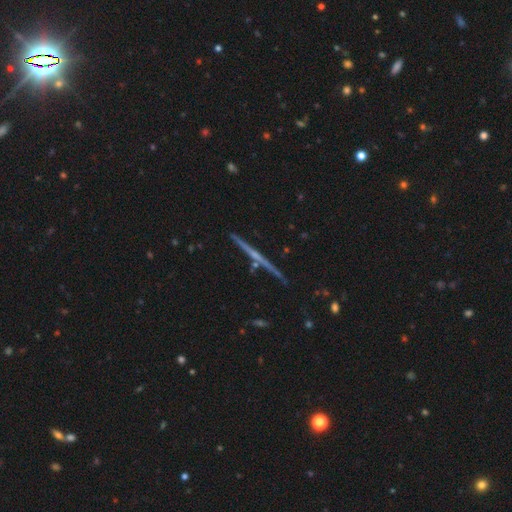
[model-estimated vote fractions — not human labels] Smooth or featured? Predicted: featured or disk (p=0.77). Edge-on disk? Predicted: yes (p=0.98). Edge-on bulge? Predicted: none (p=0.52). Merging? Predicted: none (p=0.87).